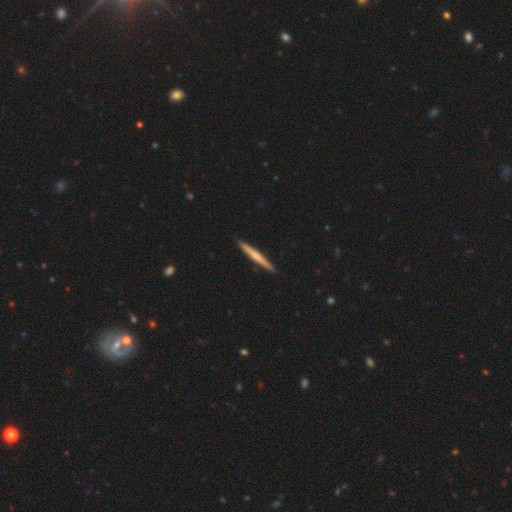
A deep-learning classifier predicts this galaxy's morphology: Smooth or featured?
  - smooth: 49% *
  - featured or disk: 46%
  - star or artifact: 5%
Merging?
  - none: 92% *
  - minor disturbance: 5%
  - major disturbance: 1%
  - merger: 1%